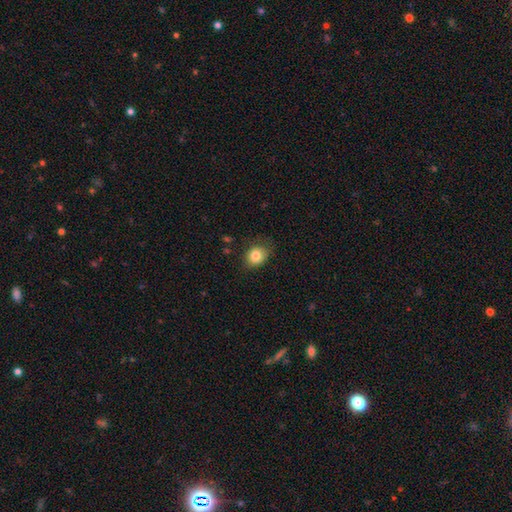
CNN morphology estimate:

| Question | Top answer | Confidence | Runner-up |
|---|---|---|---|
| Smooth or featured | smooth | 82% | star or artifact (10%) |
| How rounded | round | 54% | in between (45%) |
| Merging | none | 74% | minor disturbance (20%) |